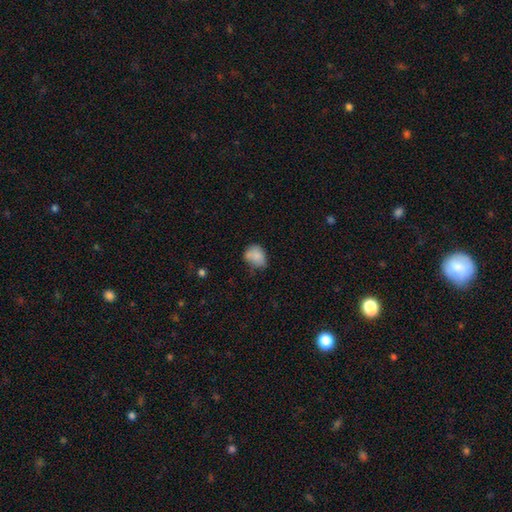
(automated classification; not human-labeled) Overall: smooth (80%). How rounded: in between (55%; round 44%). Merging: none (47%; minor disturbance 35%).